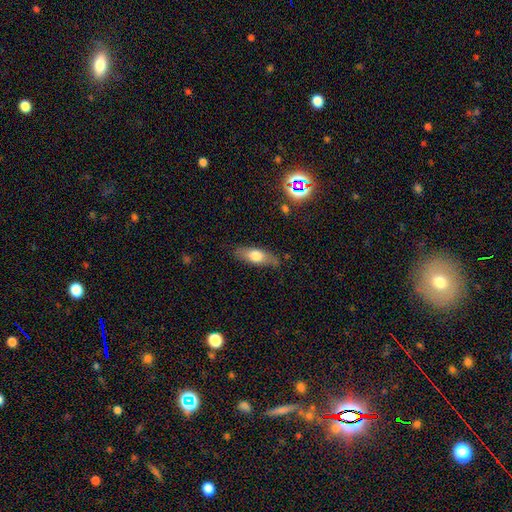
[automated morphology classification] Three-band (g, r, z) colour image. It shows a smooth galaxy with no disk features (63%) that is in between round and cigar-shaped (62%). Merging: none (79%).